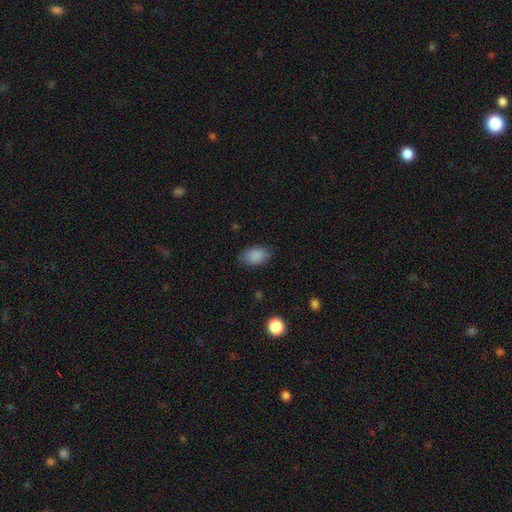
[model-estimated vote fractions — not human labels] smooth 88%, star or artifact 8%, featured or disk 4%. Down the decision tree: how rounded — in between (89%); merging — none (82%).